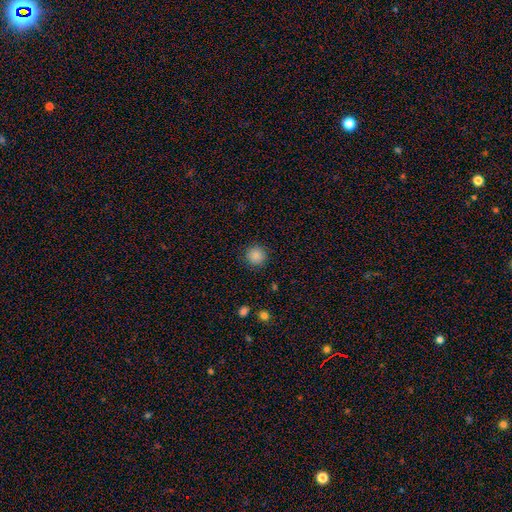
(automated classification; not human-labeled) Smooth or featured? Predicted: smooth (p=0.87). How rounded? Predicted: round (p=0.95). Merging? Predicted: none (p=0.91).